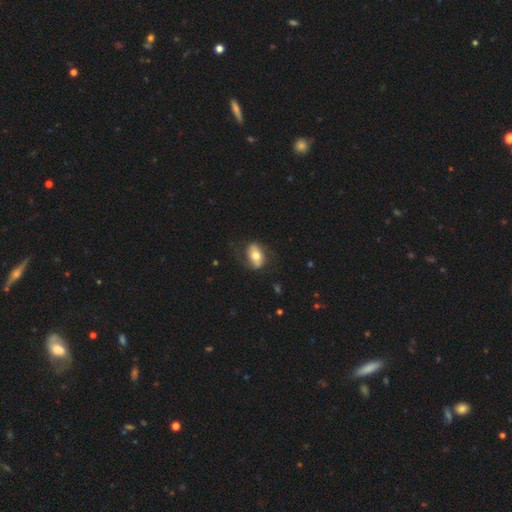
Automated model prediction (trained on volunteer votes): smooth-or-featured: smooth: 59% | featured or disk: 35% | star or artifact: 6%
  how-rounded: in between: 87% | round: 11% | cigar-shaped: 3%
  merging: none: 71% | minor disturbance: 19% | major disturbance: 9% | merger: 1%